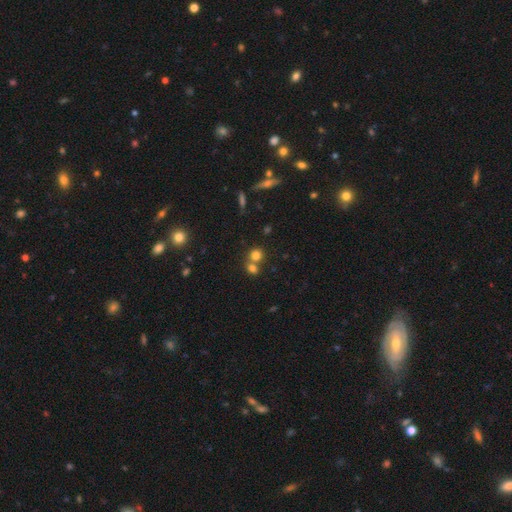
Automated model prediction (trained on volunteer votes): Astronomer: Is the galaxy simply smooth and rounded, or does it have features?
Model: smooth — 77%.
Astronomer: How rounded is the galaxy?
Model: round — 84%.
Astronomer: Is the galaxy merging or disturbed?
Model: none — 47% (runner-up: merger, 45%).